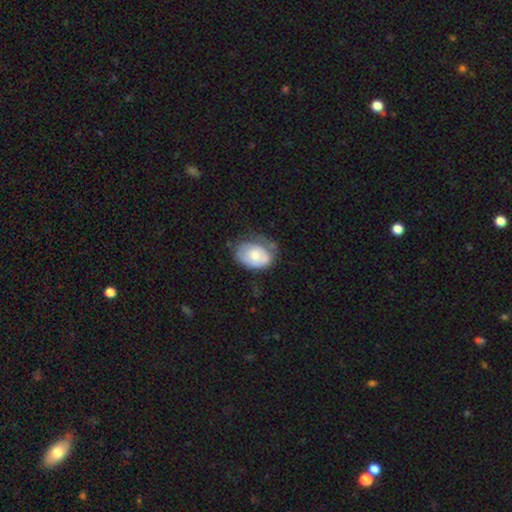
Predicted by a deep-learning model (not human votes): Smooth or featured? smooth (63%)
How rounded? in between (76%)
Merging? none (47%)